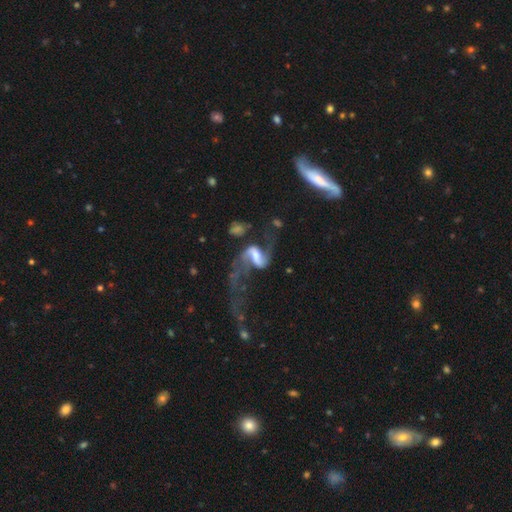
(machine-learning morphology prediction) smooth_or_featured: featured or disk (p=0.84) [alt: smooth p=0.09]
disk_edge_on: no (p=0.96) [alt: yes p=0.04]
bar: strong (p=0.42) [tied with: weak p=0.42]
has_spiral_arms: yes (p=0.93) [alt: no p=0.07]
spiral_winding: loose (p=0.78) [alt: medium p=0.18]
spiral_arm_count: 2 (p=0.90) [alt: 1 p=0.04]
bulge_size: moderate (p=0.37) [alt: small p=0.23]
merging: none (p=0.37) [tied with: major disturbance p=0.37]